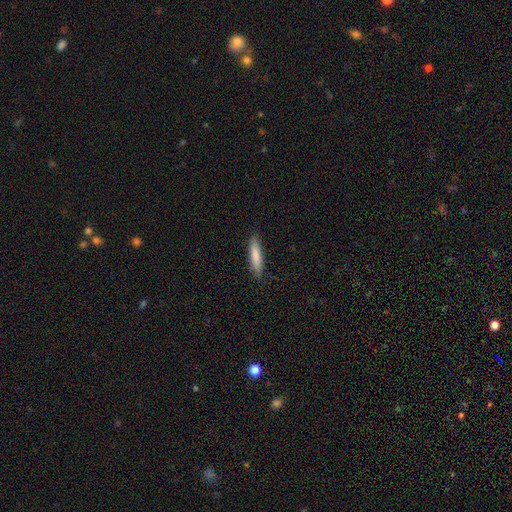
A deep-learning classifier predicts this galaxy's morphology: Smooth or featured?
  - smooth: 83% *
  - featured or disk: 11%
  - star or artifact: 6%
How rounded?
  - cigar-shaped: 84% *
  - in between: 15%
  - round: 1%
Merging?
  - none: 87% *
  - minor disturbance: 10%
  - major disturbance: 2%
  - merger: 1%